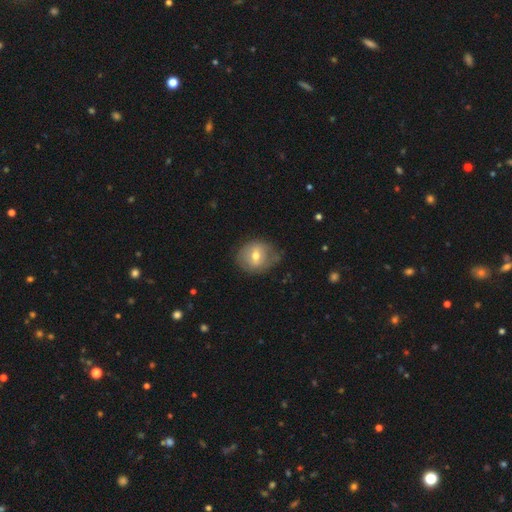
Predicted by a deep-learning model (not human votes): smooth_or_featured: smooth (p=0.58) [alt: featured or disk p=0.34]
how_rounded: round (p=0.71) [alt: in between p=0.28]
merging: none (p=0.62) [alt: minor disturbance p=0.27]